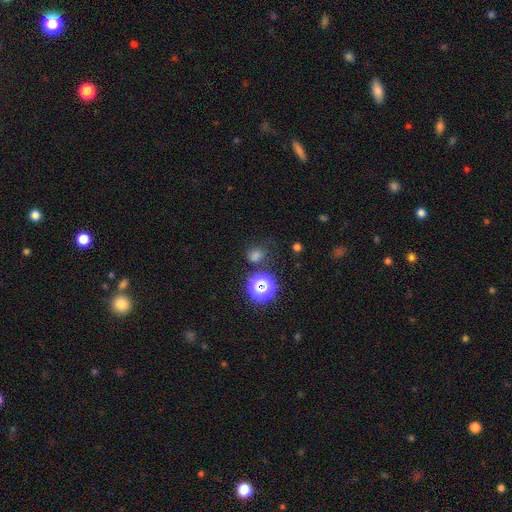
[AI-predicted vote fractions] A smooth galaxy with no disk features (68%) that is round (61%).

Vote fractions:
- Smooth or featured? smooth: 68% / star or artifact: 26% / featured or disk: 5%
- How rounded? round: 61% / in between: 38% / cigar-shaped: 1%
- Merging? none: 73% / minor disturbance: 16% / major disturbance: 7% / merger: 5%